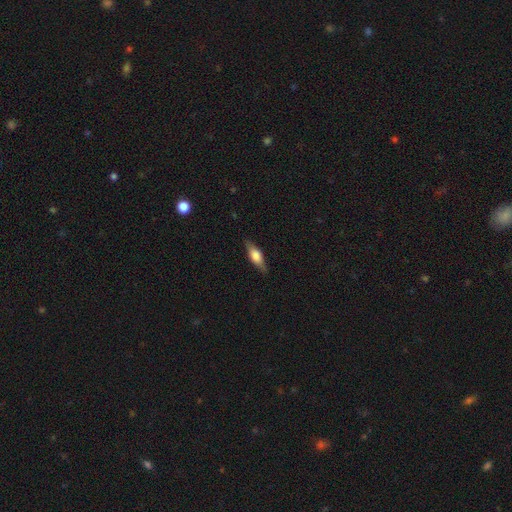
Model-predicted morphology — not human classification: Overall: smooth (48%; featured or disk 46%). Merging: none (86%).